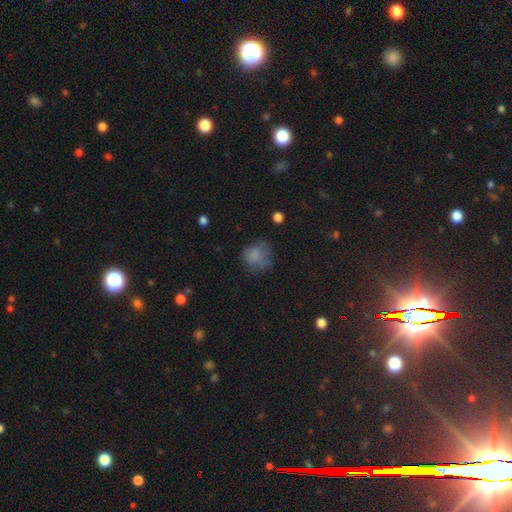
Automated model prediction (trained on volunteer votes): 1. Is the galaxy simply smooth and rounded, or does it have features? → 74% smooth, 13% featured or disk, 13% star or artifact.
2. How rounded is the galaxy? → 72% round, 27% in between, 1% cigar-shaped.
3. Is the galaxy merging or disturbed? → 55% none, 26% minor disturbance, 17% major disturbance, 3% merger.